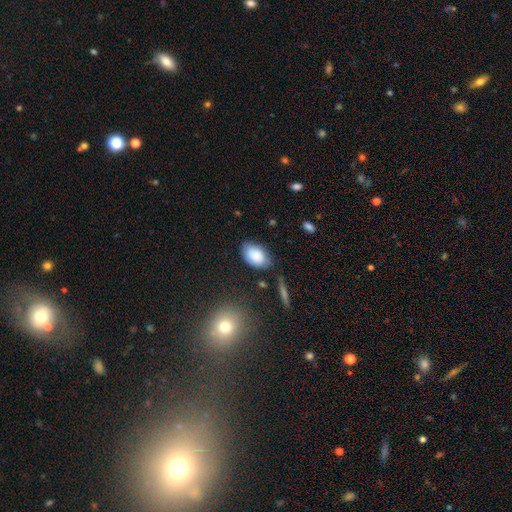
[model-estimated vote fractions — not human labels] Smooth or featured?
  - smooth: 84% *
  - featured or disk: 9%
  - star or artifact: 7%
How rounded?
  - in between: 90% *
  - round: 9%
  - cigar-shaped: 1%
Merging?
  - none: 69% *
  - minor disturbance: 23%
  - major disturbance: 5%
  - merger: 4%